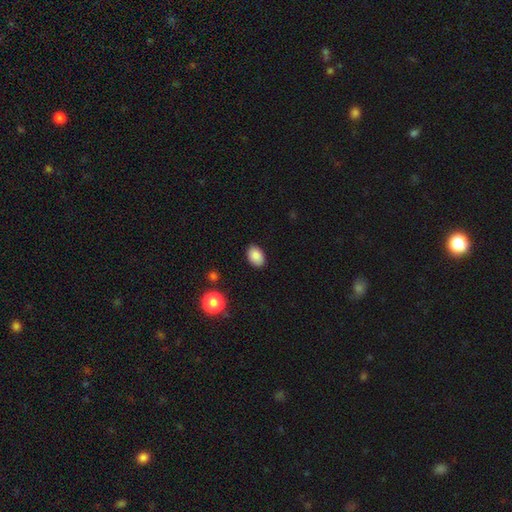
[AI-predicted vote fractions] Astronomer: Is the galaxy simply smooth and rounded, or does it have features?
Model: smooth — 86%.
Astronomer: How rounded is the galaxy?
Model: in between — 82%.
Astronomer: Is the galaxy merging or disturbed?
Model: none — 88%.